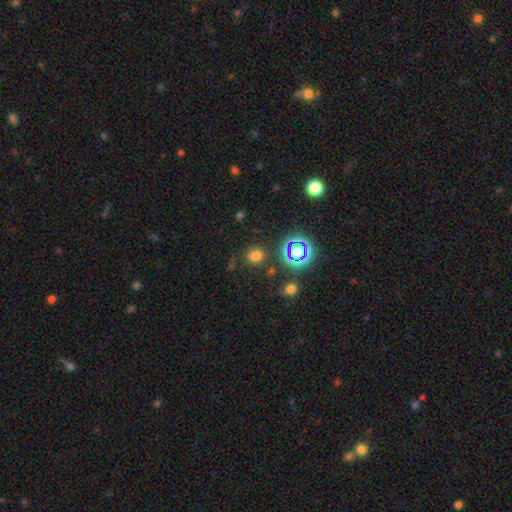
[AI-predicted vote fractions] A smooth galaxy with no disk features (69%) that is round (81%).

Vote fractions:
- Smooth or featured? smooth: 69% / star or artifact: 24% / featured or disk: 6%
- How rounded? round: 81% / in between: 18% / cigar-shaped: 1%
- Merging? none: 83% / minor disturbance: 9% / major disturbance: 4% / merger: 4%